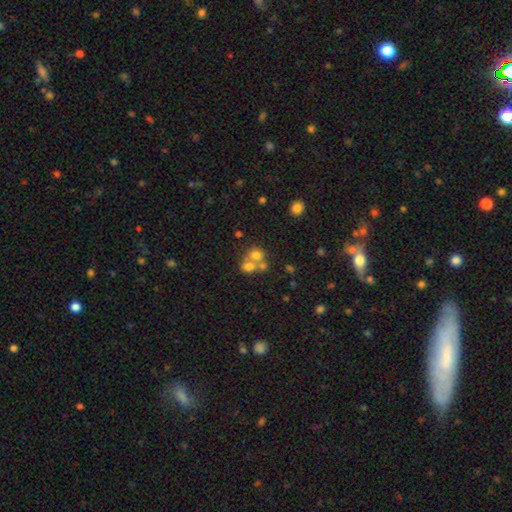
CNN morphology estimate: smooth 65%, featured or disk 19%, star or artifact 16%. Down the decision tree: how rounded — round (74%); merging — merger (55%).